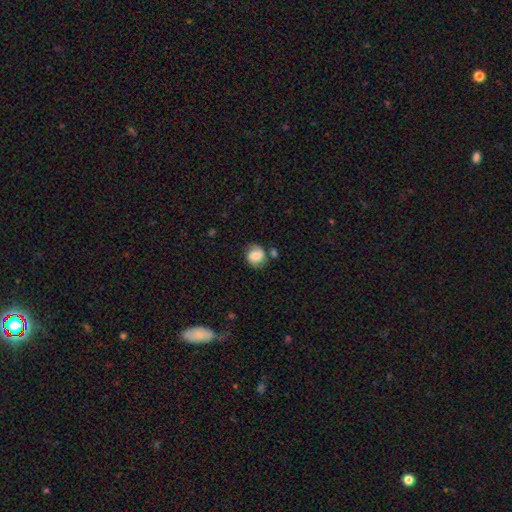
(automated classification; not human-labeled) A smooth galaxy with no disk features (72%) that is round (75%). Merging: none (60%).